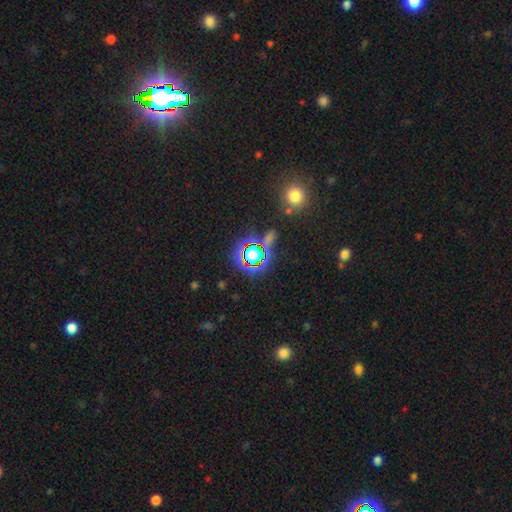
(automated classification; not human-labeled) A star or artifact, not a galaxy (72%).